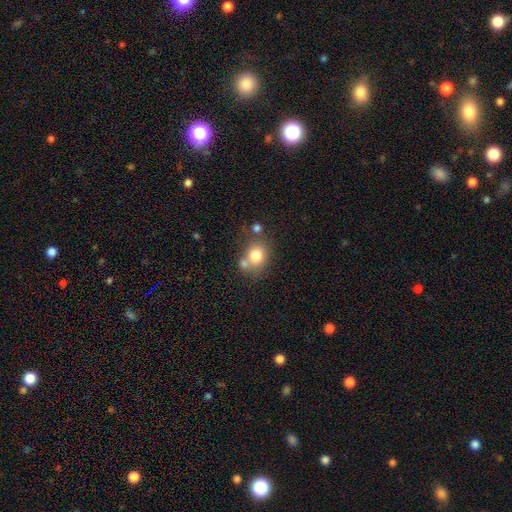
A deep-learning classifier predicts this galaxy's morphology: smooth_or_featured: smooth (p=0.77) [alt: featured or disk p=0.12]
how_rounded: round (p=0.62) [alt: in between p=0.38]
merging: none (p=0.53) [alt: merger p=0.27]